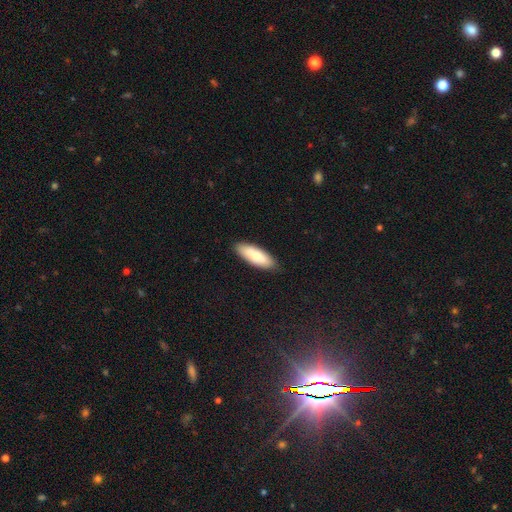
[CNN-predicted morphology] Smooth or featured?
  - smooth: 85% *
  - featured or disk: 10%
  - star or artifact: 5%
How rounded?
  - in between: 62% *
  - cigar-shaped: 37%
  - round: 2%
Merging?
  - none: 86% *
  - minor disturbance: 11%
  - major disturbance: 2%
  - merger: 1%